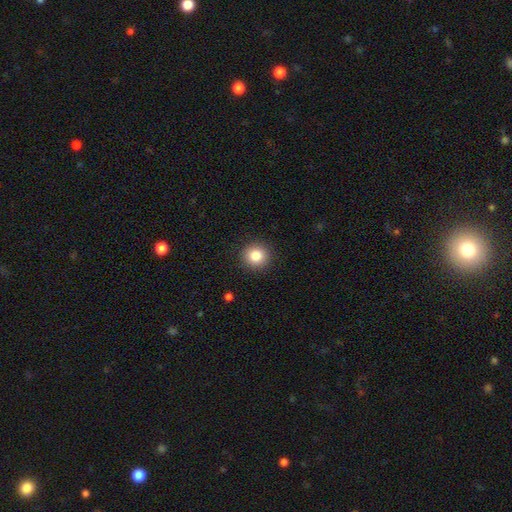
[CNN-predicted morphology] Overall: smooth (85%). How rounded: round (93%). Merging: none (92%).